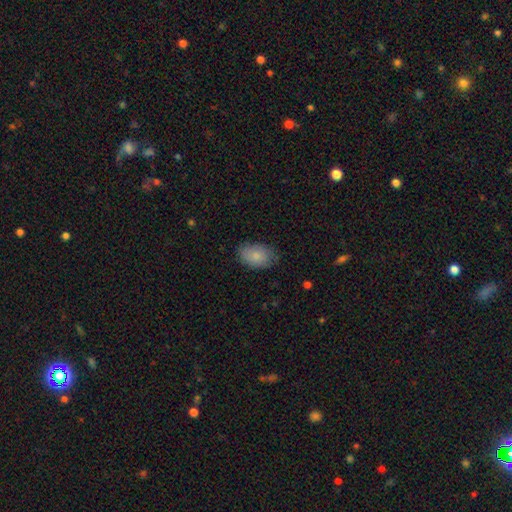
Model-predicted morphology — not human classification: type=smooth (84%); roundness=in between (86%); merging=none (76%).